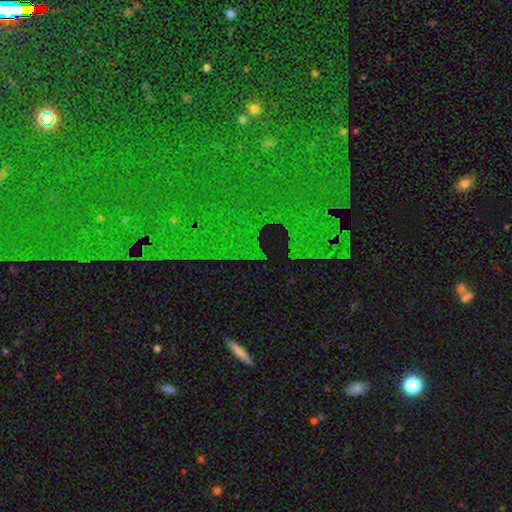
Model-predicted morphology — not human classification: smooth_or_featured: star or artifact (p=0.71) [alt: smooth p=0.14]